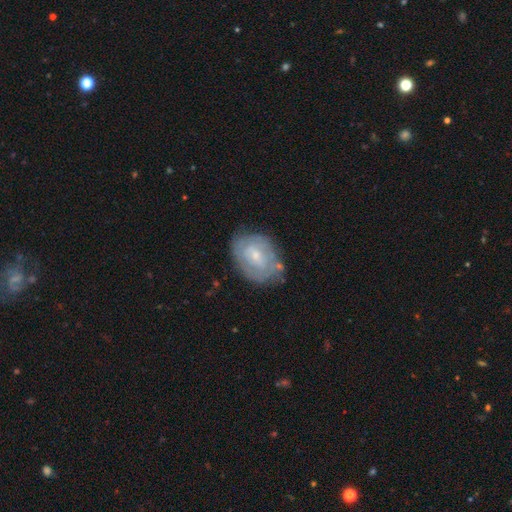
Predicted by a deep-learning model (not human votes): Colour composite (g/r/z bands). It shows a featured or disk galaxy (64%) with no bar (58%), spiral arms (66%) and a small central bulge (67%). Merging: none (67%).